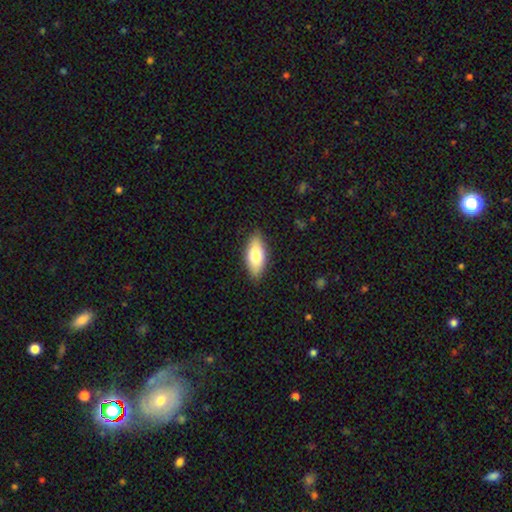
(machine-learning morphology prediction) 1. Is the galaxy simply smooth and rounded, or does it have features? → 74% smooth, 20% featured or disk, 6% star or artifact.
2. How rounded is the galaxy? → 85% in between, 13% cigar-shaped, 3% round.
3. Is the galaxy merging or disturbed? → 86% none, 10% minor disturbance, 2% major disturbance, 1% merger.